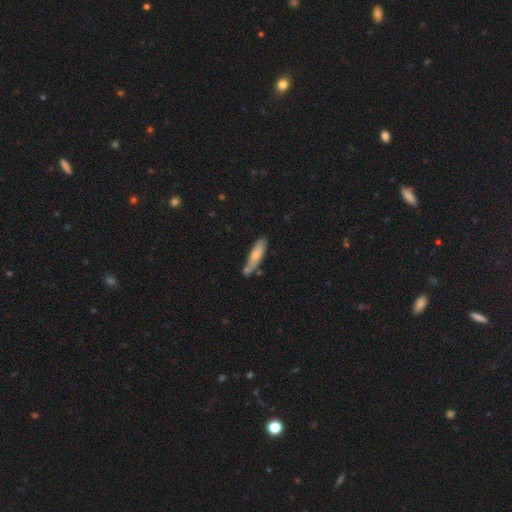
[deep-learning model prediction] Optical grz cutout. It shows a smooth galaxy with no disk features (64%) that is cigar-shaped (76%). Merging: none (61%).